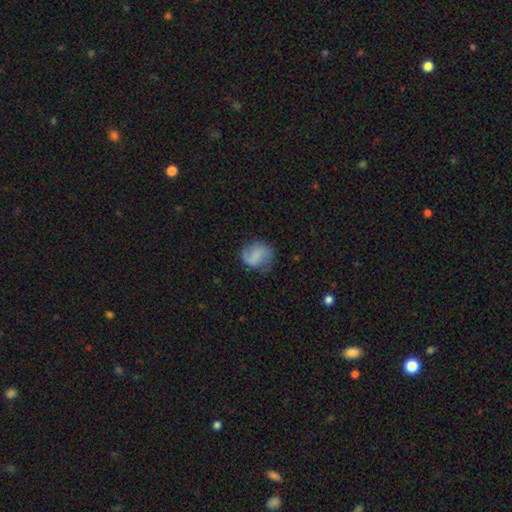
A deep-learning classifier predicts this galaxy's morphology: A smooth galaxy with no disk features (47%). Merging: none (63%).